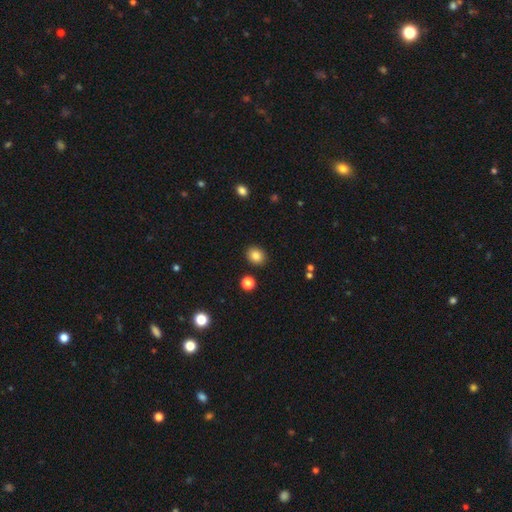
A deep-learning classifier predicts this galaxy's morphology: Smooth or featured: smooth — 85% (star or artifact — 10%)
How rounded: round — 62% (in between — 37%)
Merging: none — 89% (minor disturbance — 7%)